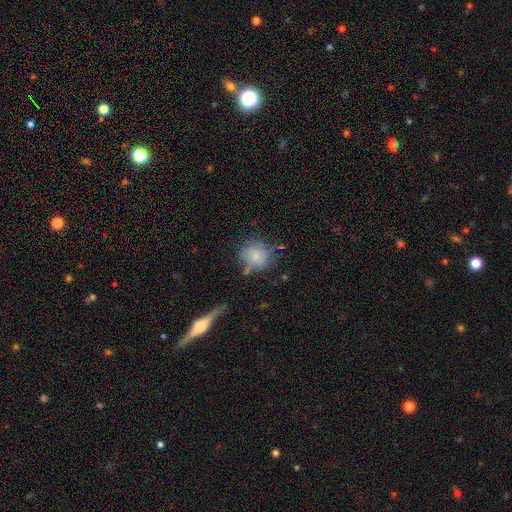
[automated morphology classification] smooth-or-featured: smooth: 80% | featured or disk: 11% | star or artifact: 9%
  how-rounded: round: 81% | in between: 18% | cigar-shaped: 1%
  merging: none: 60% | minor disturbance: 22% | merger: 9% | major disturbance: 8%